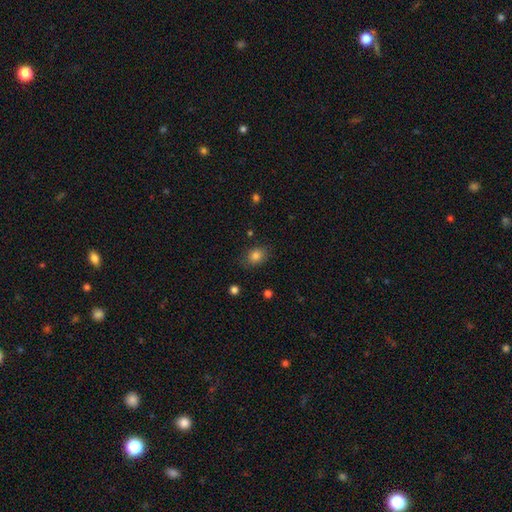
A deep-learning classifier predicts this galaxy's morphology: A smooth galaxy with no disk features (82%) that is in between round and cigar-shaped (55%).

Vote fractions:
- Smooth or featured? smooth: 82% / star or artifact: 11% / featured or disk: 7%
- How rounded? in between: 55% / round: 44% / cigar-shaped: 1%
- Merging? none: 80% / minor disturbance: 15% / major disturbance: 4% / merger: 1%